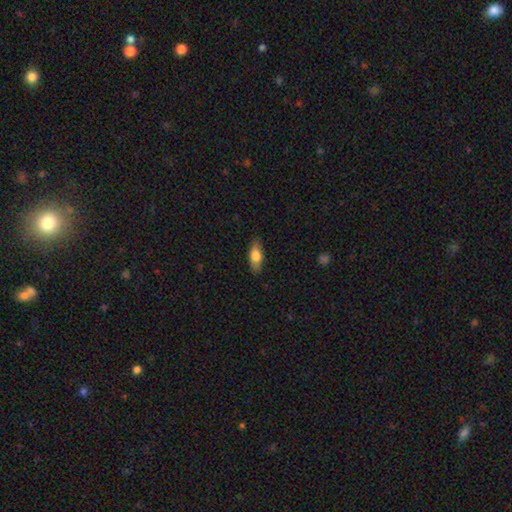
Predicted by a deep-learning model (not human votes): Morphology: type=smooth (74%); roundness=in between (76%); merging=none (84%).